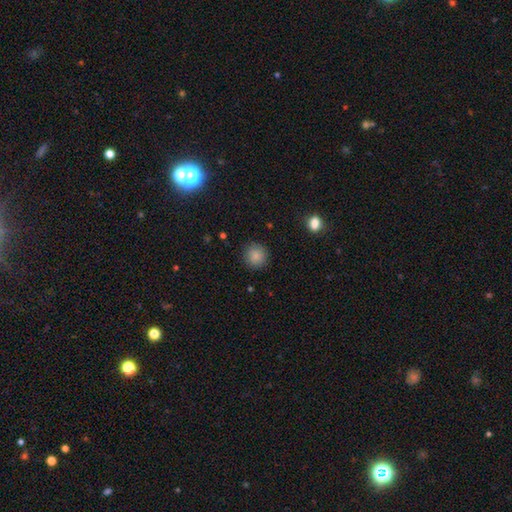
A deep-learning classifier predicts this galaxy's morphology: Overall: smooth (86%). How rounded: round (93%). Merging: none (90%).